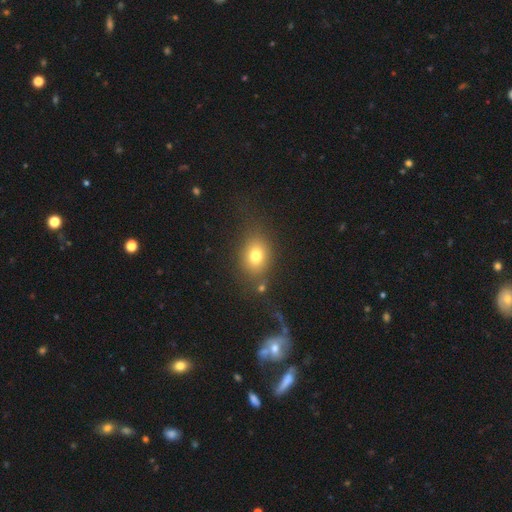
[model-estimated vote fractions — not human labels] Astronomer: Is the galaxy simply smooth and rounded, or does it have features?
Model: smooth — 76%.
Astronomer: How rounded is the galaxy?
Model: in between — 56% (runner-up: round, 43%).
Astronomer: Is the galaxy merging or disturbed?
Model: none — 70%.